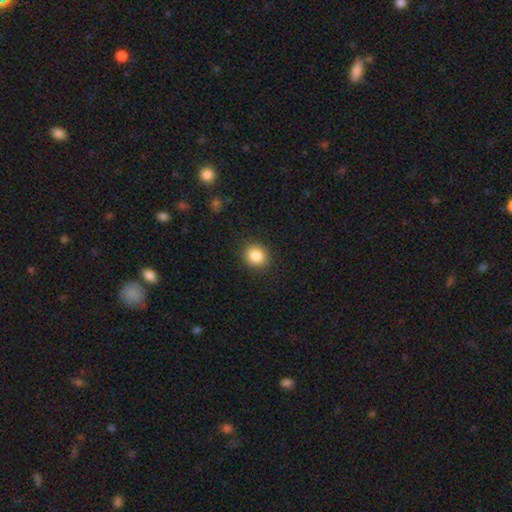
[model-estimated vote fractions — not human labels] Q: Smooth or featured?
A: smooth (85%); runner-up: star or artifact (10%)
Q: How rounded?
A: round (81%); runner-up: in between (18%)
Q: Merging?
A: none (90%); runner-up: minor disturbance (7%)